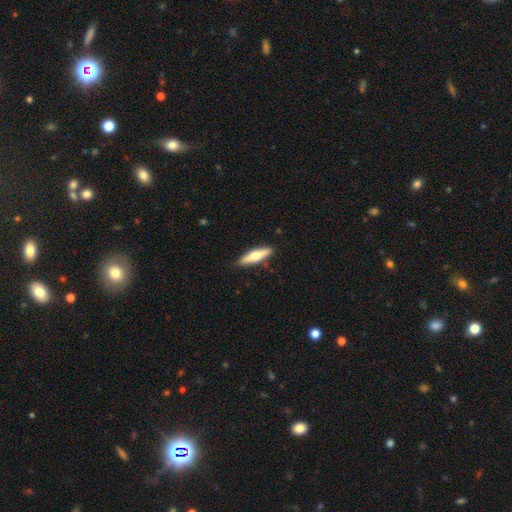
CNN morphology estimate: smooth_or_featured: smooth (p=0.55) [alt: featured or disk p=0.40]
how_rounded: cigar-shaped (p=0.65) [alt: in between p=0.33]
merging: none (p=0.87) [alt: minor disturbance p=0.09]